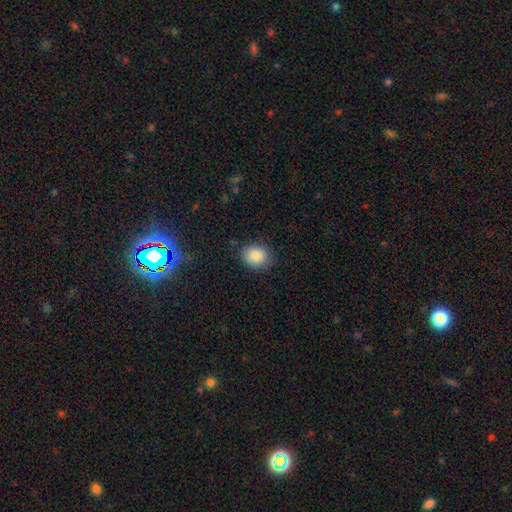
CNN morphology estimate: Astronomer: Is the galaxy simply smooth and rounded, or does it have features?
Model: smooth — 87%.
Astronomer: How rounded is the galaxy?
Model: round — 59% (runner-up: in between, 40%).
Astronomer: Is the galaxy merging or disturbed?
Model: none — 82%.